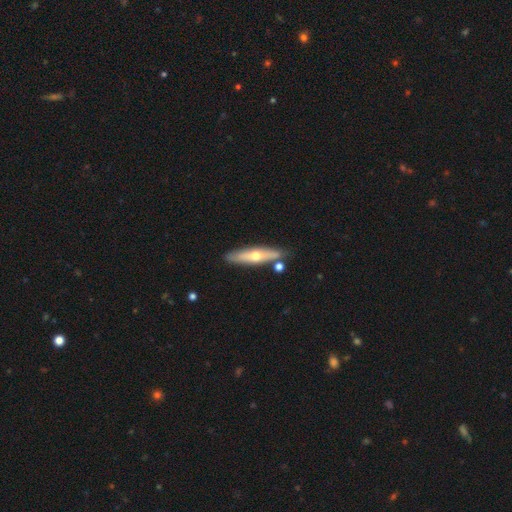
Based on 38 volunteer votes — Smooth or featured?
  - featured or disk: 63% *
  - smooth: 32%
  - star or artifact: 5%
Edge-on disk?
  - no: 58% *
  - yes: 42%
Bar?
  - no: 93% *
  - weak: 7%
  - strong: 0%
Spiral arms?
  - no: 93% *
  - yes: 7%
Bulge size?
  - moderate: 86% *
  - large: 7%
  - small: 7%
  - dominant: 0%
  - none: 0%
Merging?
  - none: 83% *
  - minor disturbance: 17%
  - major disturbance: 0%
  - merger: 0%